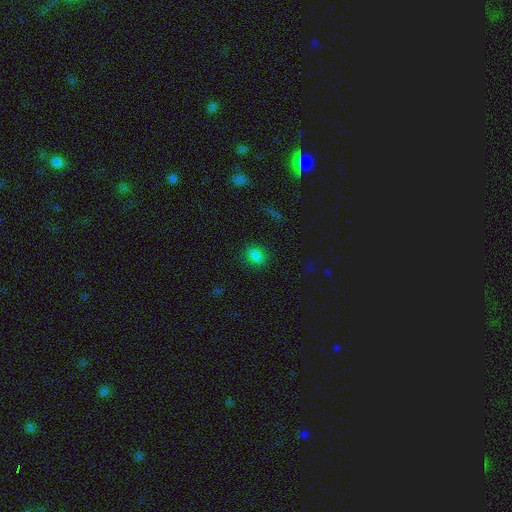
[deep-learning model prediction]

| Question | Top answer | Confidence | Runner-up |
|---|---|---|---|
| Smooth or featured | smooth | 82% | star or artifact (14%) |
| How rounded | round | 56% | in between (42%) |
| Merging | none | 84% | minor disturbance (11%) |